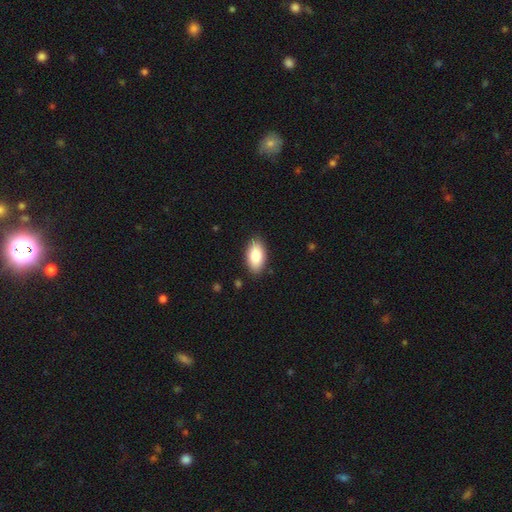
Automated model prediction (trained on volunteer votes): This appears to be a smooth galaxy with no disk features (84%) that is in between round and cigar-shaped (93%). Merging: none (87%).